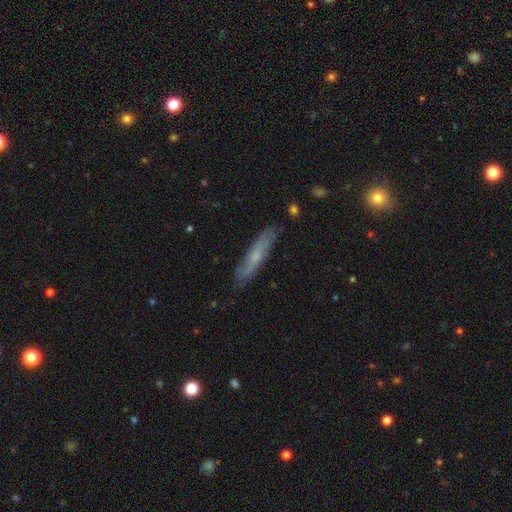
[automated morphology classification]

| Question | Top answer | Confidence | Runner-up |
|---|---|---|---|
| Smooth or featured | smooth | 47% | featured or disk (46%) |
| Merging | none | 82% | minor disturbance (14%) |